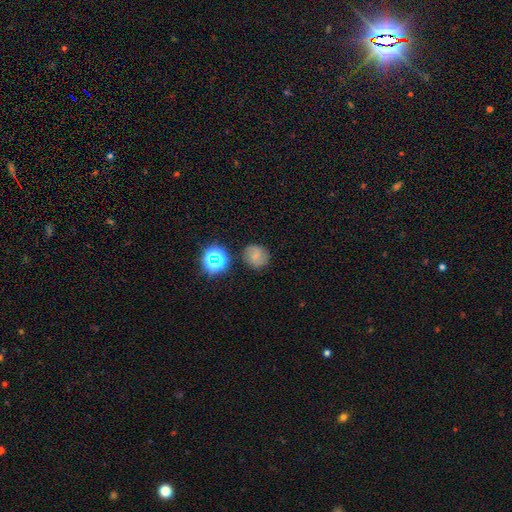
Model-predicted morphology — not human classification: Q: Smooth or featured?
A: smooth (53%); runner-up: featured or disk (30%)
Q: How rounded?
A: round (84%); runner-up: in between (15%)
Q: Merging?
A: none (80%); runner-up: minor disturbance (13%)